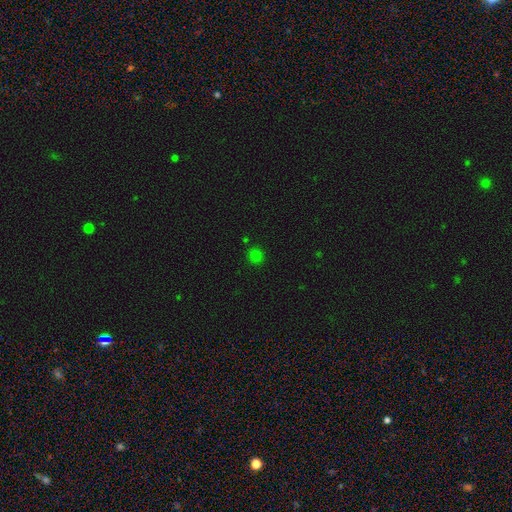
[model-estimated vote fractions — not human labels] A smooth galaxy with no disk features (75%) that is round (81%). Merging: none (85%).